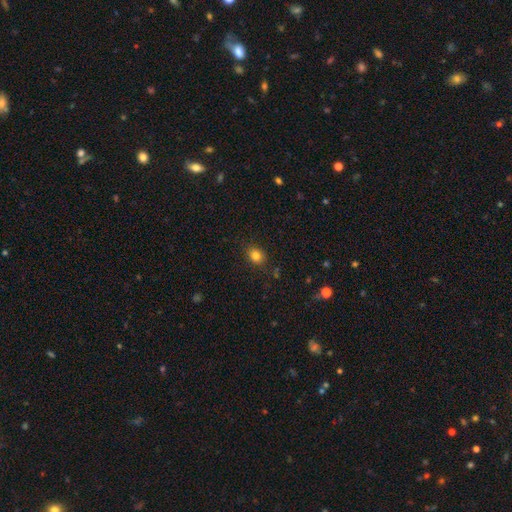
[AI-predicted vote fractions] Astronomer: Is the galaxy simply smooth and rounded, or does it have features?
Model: smooth — 82%.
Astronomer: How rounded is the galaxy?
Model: in between — 56% (runner-up: round, 43%).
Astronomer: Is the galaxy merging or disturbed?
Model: none — 85%.